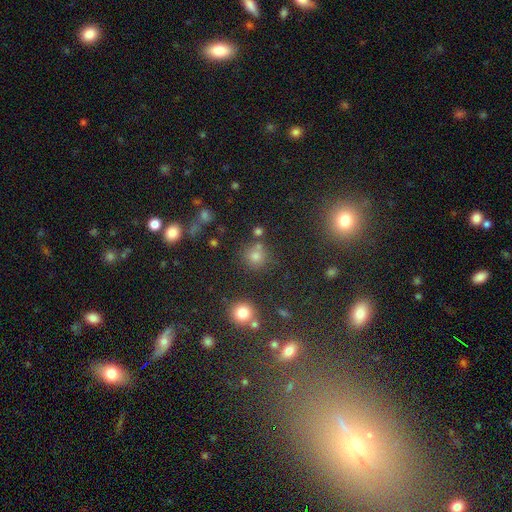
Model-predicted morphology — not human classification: smooth-or-featured: smooth: 67% | star or artifact: 26% | featured or disk: 8%
  how-rounded: round: 91% | in between: 8% | cigar-shaped: 1%
  merging: none: 79% | merger: 10% | minor disturbance: 8% | major disturbance: 3%